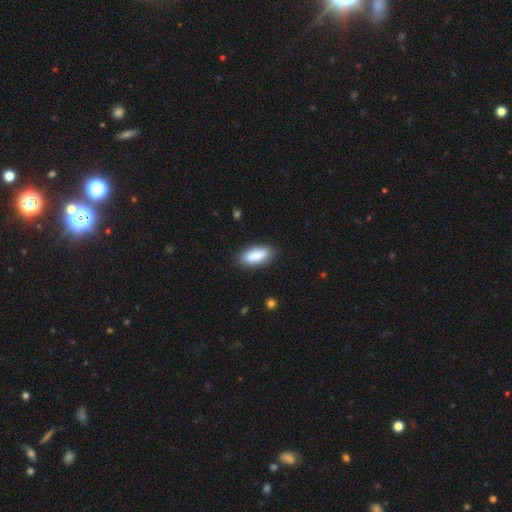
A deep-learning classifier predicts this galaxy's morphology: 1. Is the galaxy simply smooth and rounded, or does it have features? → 89% smooth, 6% star or artifact, 6% featured or disk.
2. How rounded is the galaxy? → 84% in between, 14% cigar-shaped, 2% round.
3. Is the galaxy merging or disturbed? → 86% none, 10% minor disturbance, 2% major disturbance, 1% merger.